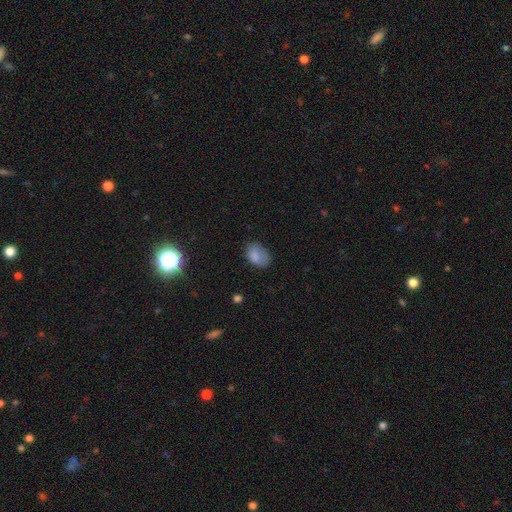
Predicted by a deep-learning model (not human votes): Overall: smooth (81%). How rounded: in between (87%). Merging: none (62%; minor disturbance 27%).